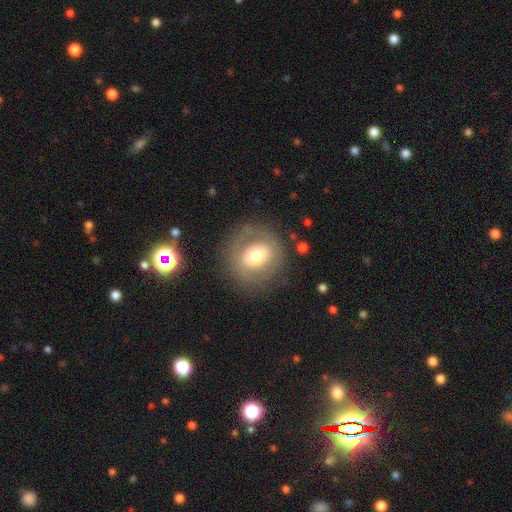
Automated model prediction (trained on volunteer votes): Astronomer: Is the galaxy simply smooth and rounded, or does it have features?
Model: smooth — 55% (runner-up: featured or disk, 36%).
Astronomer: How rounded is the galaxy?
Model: round — 84%.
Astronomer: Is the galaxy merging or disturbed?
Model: none — 78%.